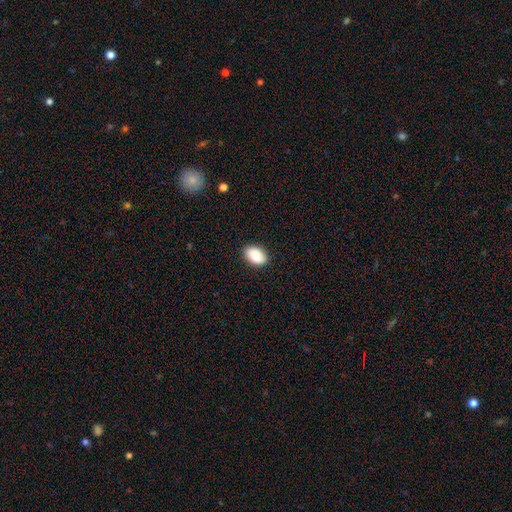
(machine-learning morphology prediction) The model was most divided on "merging": none: 86%, minor disturbance: 10%, major disturbance: 2%, merger: 1%. More confident: how rounded — in between (89%); smooth or featured — smooth (88%).